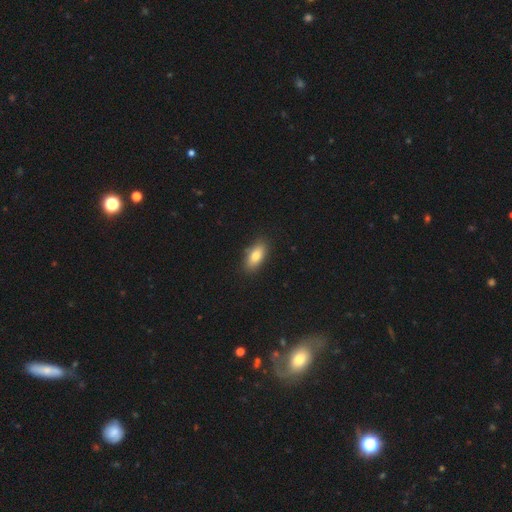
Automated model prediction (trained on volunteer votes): smooth-or-featured: smooth: 80% | featured or disk: 13% | star or artifact: 7%
  how-rounded: in between: 87% | cigar-shaped: 9% | round: 4%
  merging: none: 86% | minor disturbance: 10% | major disturbance: 2% | merger: 1%